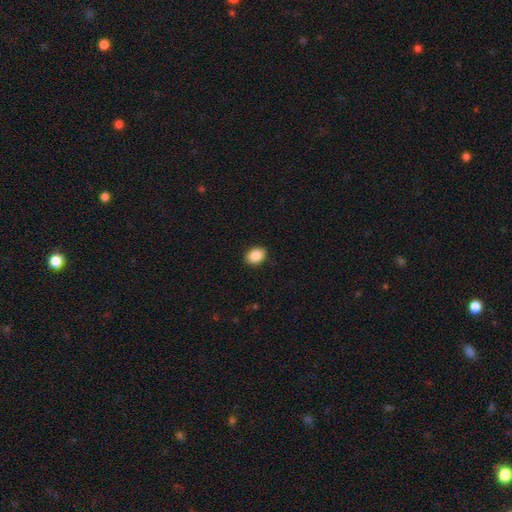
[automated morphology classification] Overall: smooth (88%). How rounded: in between (72%). Merging: none (89%).